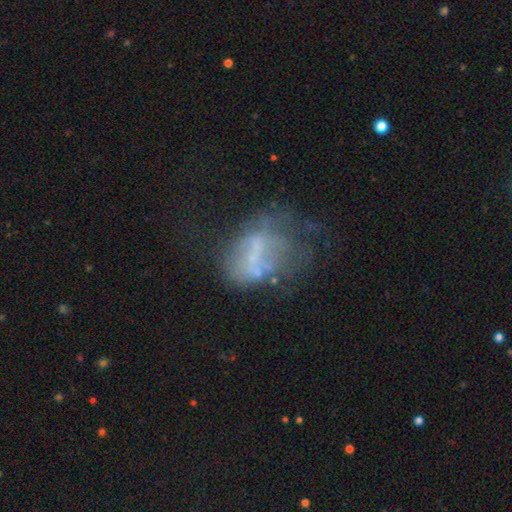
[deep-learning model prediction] smooth_or_featured: featured or disk (p=0.52) [alt: smooth p=0.32]
disk_edge_on: no (p=0.97) [alt: yes p=0.03]
bar: no (p=0.70) [alt: weak p=0.21]
has_spiral_arms: no (p=0.87) [alt: yes p=0.13]
bulge_size: none (p=0.61) [alt: small p=0.23]
merging: major disturbance (p=0.37) [alt: none p=0.29]